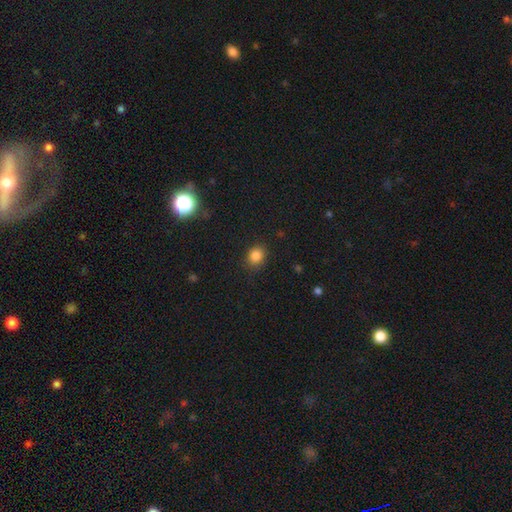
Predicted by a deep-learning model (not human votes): Smooth or featured? smooth (84%)
How rounded? round (63%)
Merging? none (85%)